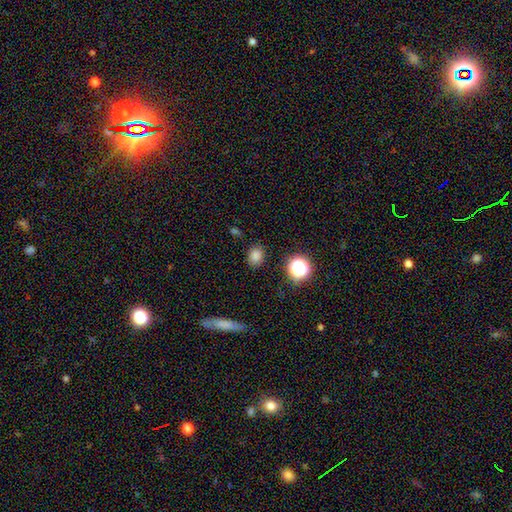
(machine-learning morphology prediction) Q: Smooth or featured?
A: smooth (80%); runner-up: star or artifact (15%)
Q: How rounded?
A: round (50%); runner-up: in between (49%)
Q: Merging?
A: none (85%); runner-up: minor disturbance (10%)